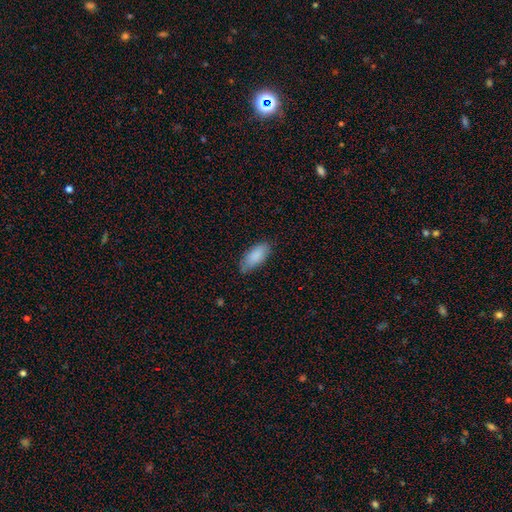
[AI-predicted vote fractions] smooth 88%, featured or disk 6%, star or artifact 6%. Down the decision tree: how rounded — in between (85%); merging — none (79%).